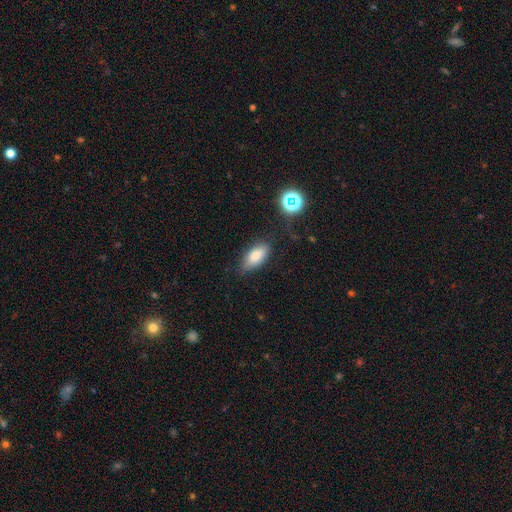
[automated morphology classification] Q: Smooth or featured?
A: smooth (81%); runner-up: featured or disk (10%)
Q: How rounded?
A: in between (89%); runner-up: cigar-shaped (8%)
Q: Merging?
A: none (73%); runner-up: minor disturbance (20%)